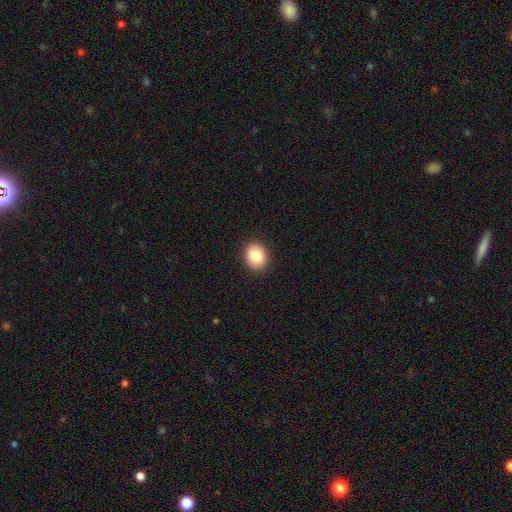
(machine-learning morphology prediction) smooth-or-featured: smooth: 86% | star or artifact: 8% | featured or disk: 6%
  how-rounded: round: 54% | in between: 45% | cigar-shaped: 1%
  merging: none: 91% | minor disturbance: 6% | major disturbance: 2% | merger: 1%